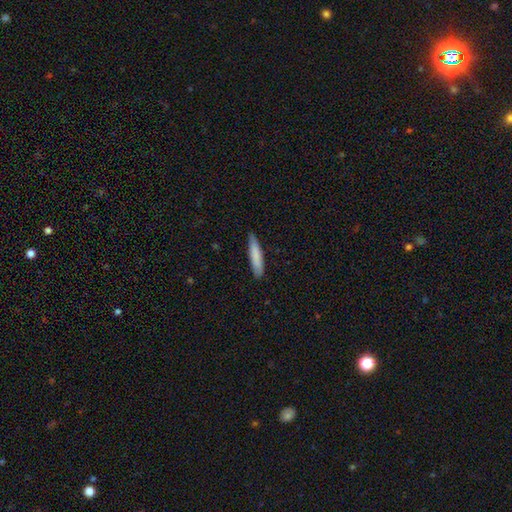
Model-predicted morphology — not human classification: Q: Smooth or featured?
A: smooth (82%); runner-up: featured or disk (13%)
Q: How rounded?
A: cigar-shaped (88%); runner-up: in between (11%)
Q: Merging?
A: none (86%); runner-up: minor disturbance (11%)